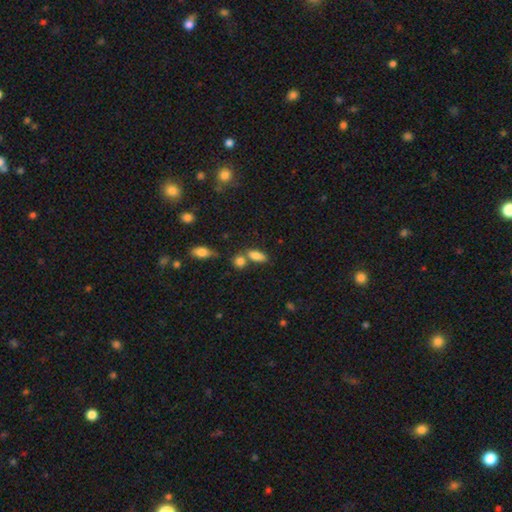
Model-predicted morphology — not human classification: smooth_or_featured: smooth (p=0.83) [alt: star or artifact p=0.10]
how_rounded: in between (p=0.81) [alt: cigar-shaped p=0.13]
merging: none (p=0.53) [alt: merger p=0.30]